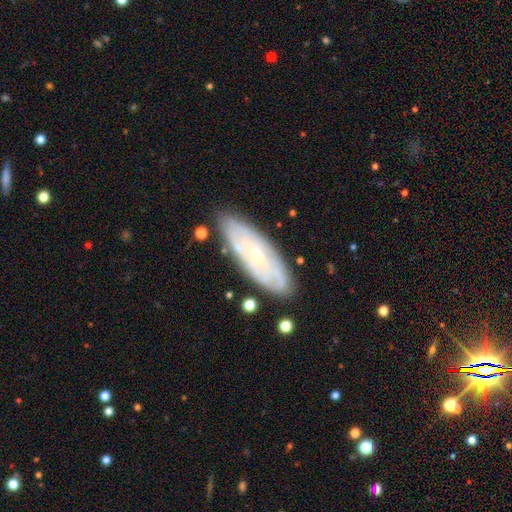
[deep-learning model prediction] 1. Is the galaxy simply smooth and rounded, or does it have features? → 68% featured or disk, 25% smooth, 7% star or artifact.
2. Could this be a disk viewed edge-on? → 81% no, 19% yes.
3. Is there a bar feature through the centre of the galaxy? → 78% no, 18% weak, 4% strong.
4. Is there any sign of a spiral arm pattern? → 80% yes, 20% no.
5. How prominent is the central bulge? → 77% small, 19% moderate, 2% none, 1% large, 1% dominant.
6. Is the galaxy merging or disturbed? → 83% none, 13% minor disturbance, 3% major disturbance, 2% merger.